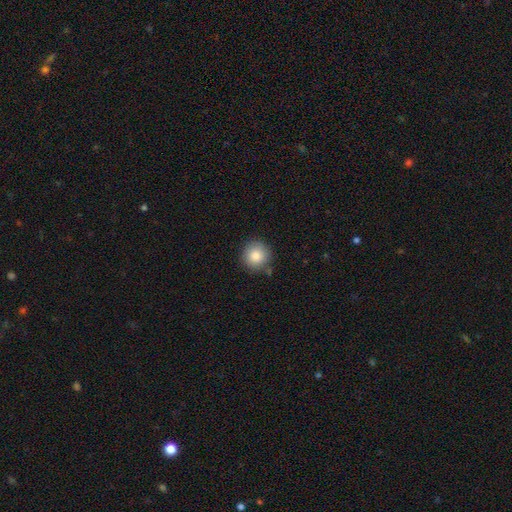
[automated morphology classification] smooth-or-featured: smooth: 85% | star or artifact: 9% | featured or disk: 6%
  how-rounded: round: 94% | in between: 5% | cigar-shaped: 1%
  merging: none: 84% | minor disturbance: 11% | merger: 3% | major disturbance: 2%